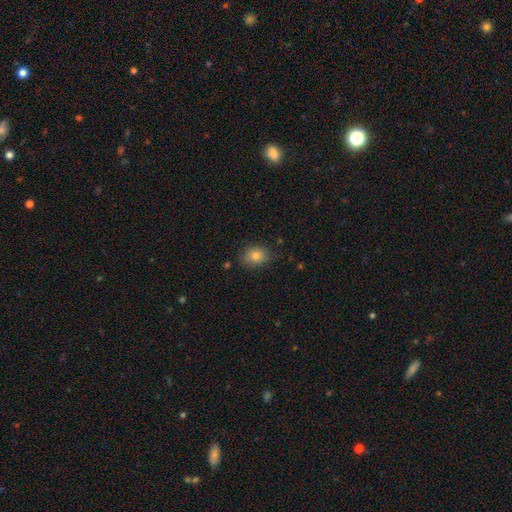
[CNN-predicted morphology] A smooth galaxy with no disk features (81%) that is in between round and cigar-shaped (53%). Merging: none (78%).